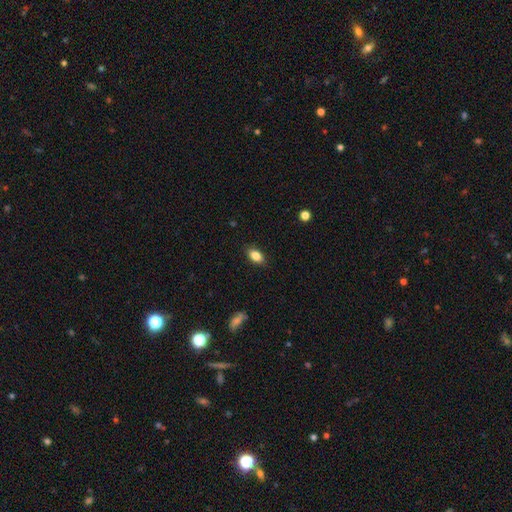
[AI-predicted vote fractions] Q: Smooth or featured?
A: smooth (85%); runner-up: star or artifact (8%)
Q: How rounded?
A: in between (89%); runner-up: round (7%)
Q: Merging?
A: none (87%); runner-up: minor disturbance (10%)